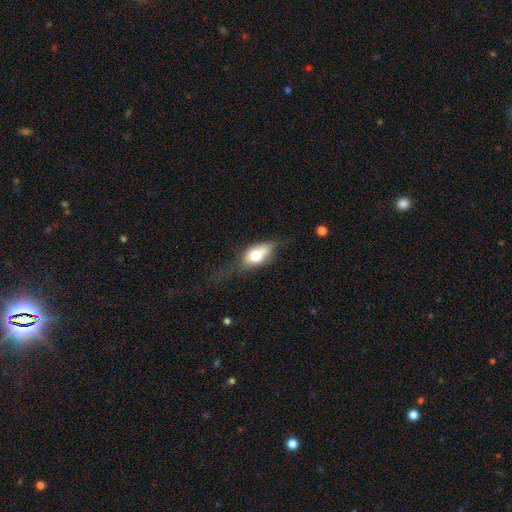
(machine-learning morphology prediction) This is likely a smooth galaxy (66%). How rounded: clearly in between (84%). Merging: marginally none (42%).